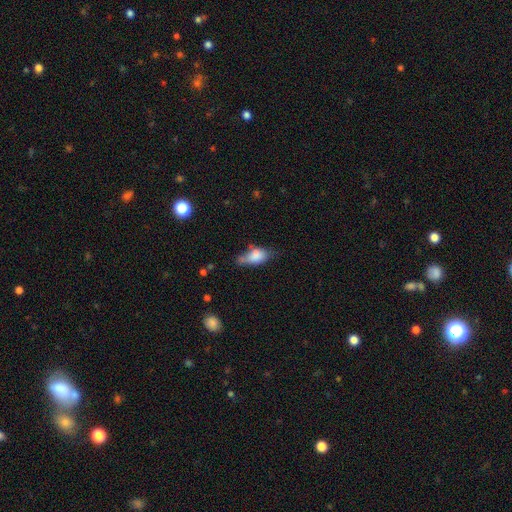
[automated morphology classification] Smooth or featured? Predicted: smooth (p=0.74). How rounded? Predicted: in between (p=0.85). Merging? Predicted: none (p=0.37).